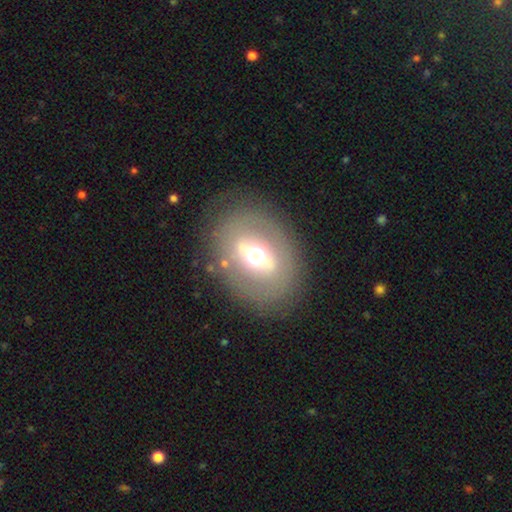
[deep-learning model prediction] The model was most divided on "smooth or featured": featured or disk: 52%, smooth: 39%, star or artifact: 9%. More confident: edge-on disk — no (86%); merging — none (79%).